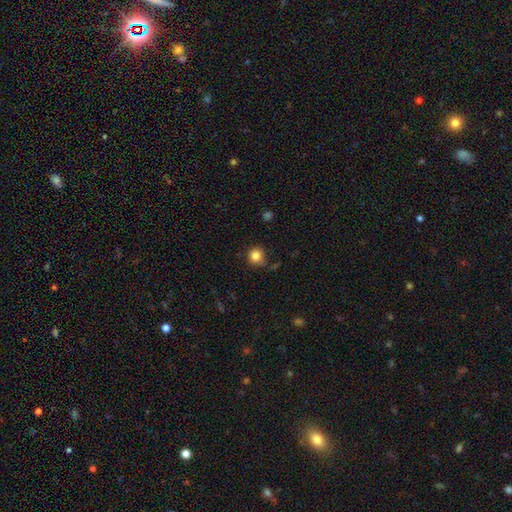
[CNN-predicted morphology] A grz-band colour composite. It shows a smooth galaxy with no disk features (84%) that is round (90%). Merging: none (74%).